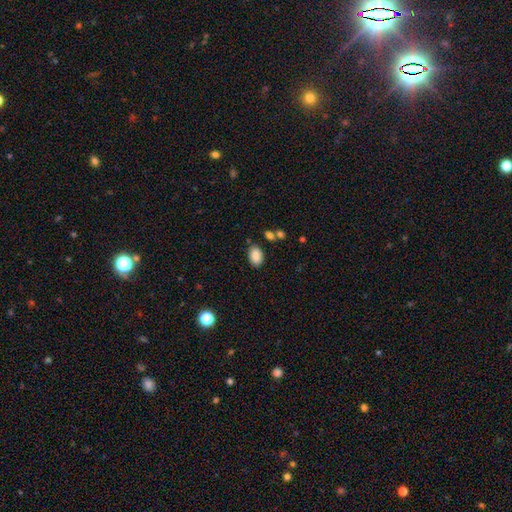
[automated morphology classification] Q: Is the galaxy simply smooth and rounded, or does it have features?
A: smooth — 87%.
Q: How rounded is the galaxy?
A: in between — 85%.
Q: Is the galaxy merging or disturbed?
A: none — 80%.